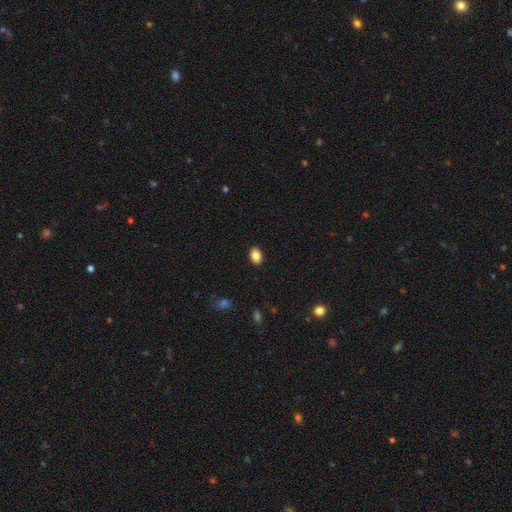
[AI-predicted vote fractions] Smooth or featured? Predicted: smooth (p=0.86). How rounded? Predicted: in between (p=0.82). Merging? Predicted: none (p=0.90).